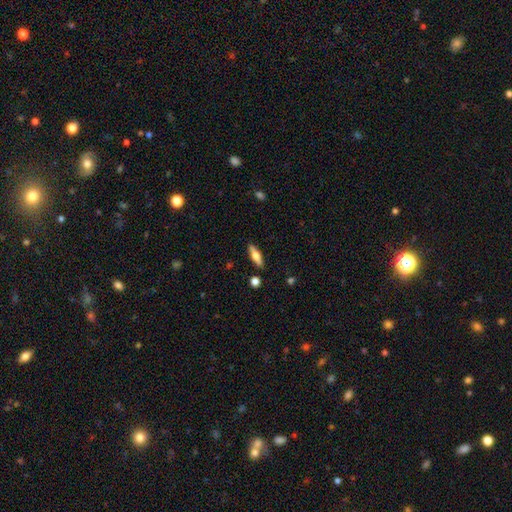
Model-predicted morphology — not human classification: Smooth or featured: smooth — 51% (featured or disk — 42%)
How rounded: cigar-shaped — 54% (in between — 44%)
Merging: none — 85% (minor disturbance — 10%)